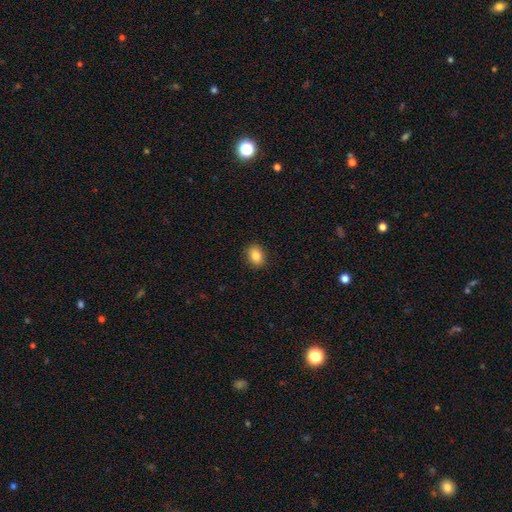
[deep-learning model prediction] Smooth or featured?
  - smooth: 84% *
  - star or artifact: 9%
  - featured or disk: 7%
How rounded?
  - in between: 62% *
  - round: 37%
  - cigar-shaped: 1%
Merging?
  - none: 90% *
  - minor disturbance: 7%
  - major disturbance: 2%
  - merger: 1%